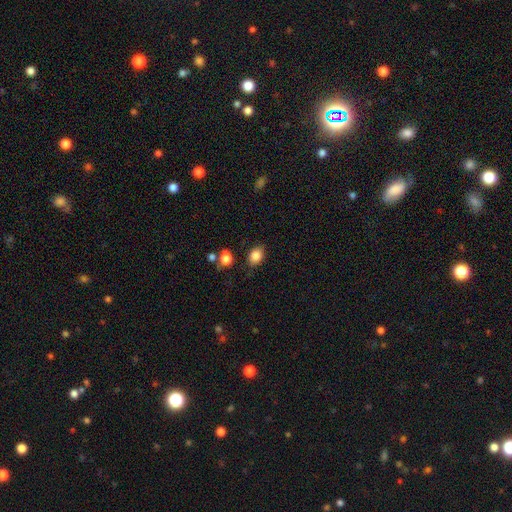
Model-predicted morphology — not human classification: Smooth or featured? Predicted: smooth (p=0.84). How rounded? Predicted: in between (p=0.74). Merging? Predicted: none (p=0.79).